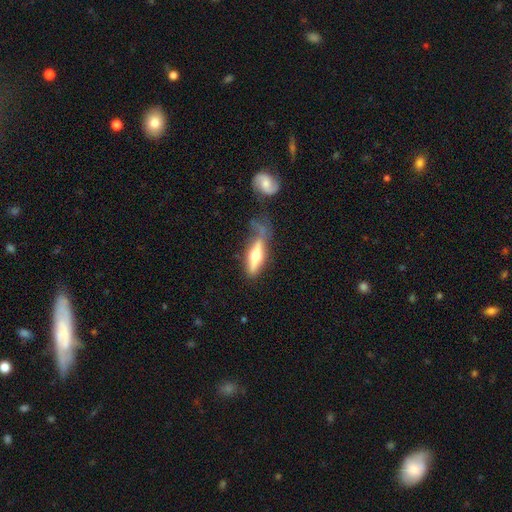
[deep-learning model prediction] Overall: featured or disk (49%; smooth 45%). Merging: none (43%; minor disturbance 24%).